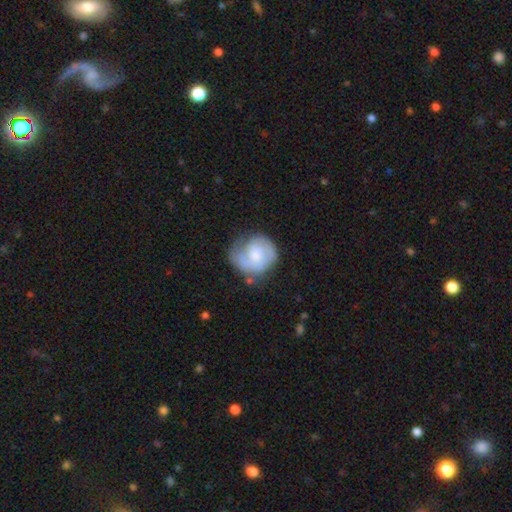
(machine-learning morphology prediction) A featured or disk galaxy (56%) with no bar (69%), spiral arms (82%) and a small central bulge (44%).

Vote fractions:
- Smooth or featured? featured or disk: 56% / smooth: 37% / star or artifact: 6%
- Edge-on disk? no: 98% / yes: 2%
- Bar? no: 69% / weak: 27% / strong: 4%
- Spiral arms? yes: 82% / no: 18%
- Bulge size? small: 44% / moderate: 37% / none: 10% / large: 8% / dominant: 2%
- Merging? none: 54% / minor disturbance: 27% / major disturbance: 16% / merger: 3%